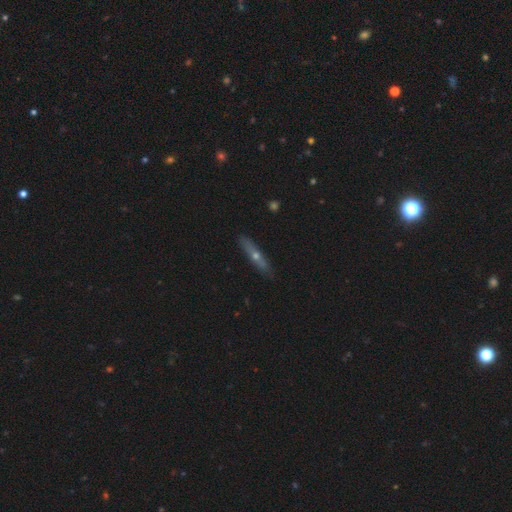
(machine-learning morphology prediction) This appears to be a featured or disk galaxy (58%) viewed edge-on (87%) with a rounded central bulge (86%). Merging: none (88%).